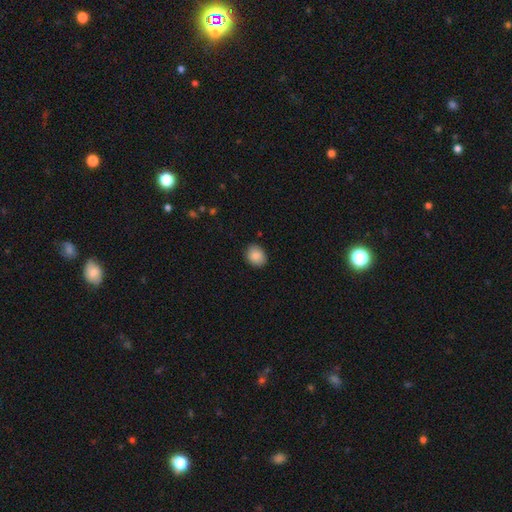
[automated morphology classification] Smooth or featured? Predicted: smooth (p=0.88). How rounded? Predicted: round (p=0.53). Merging? Predicted: none (p=0.88).